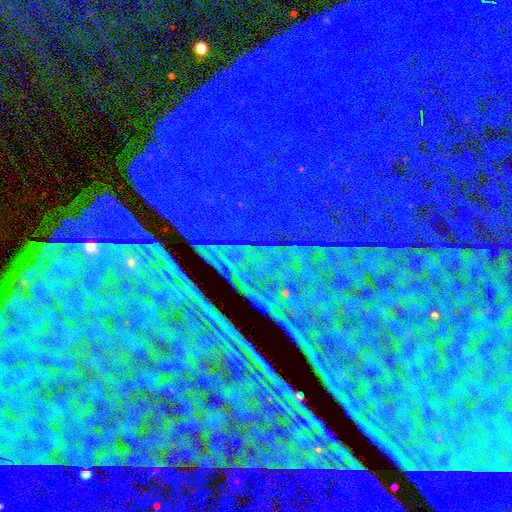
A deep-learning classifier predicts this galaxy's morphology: Smooth or featured?
  - star or artifact: 87% *
  - featured or disk: 7%
  - smooth: 6%